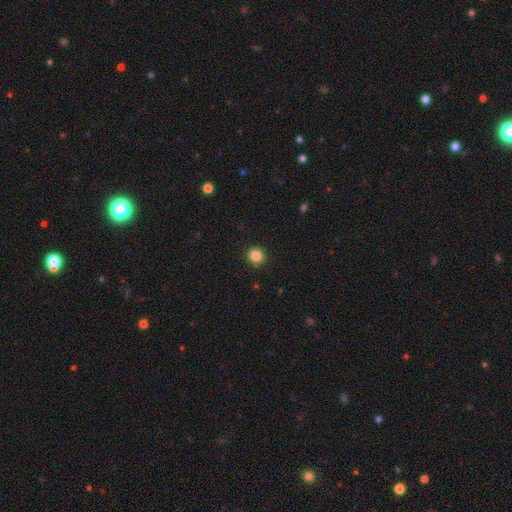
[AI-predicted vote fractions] smooth-or-featured: smooth: 85% | star or artifact: 11% | featured or disk: 4%
  how-rounded: round: 93% | in between: 6% | cigar-shaped: 1%
  merging: none: 92% | minor disturbance: 5% | major disturbance: 2% | merger: 1%